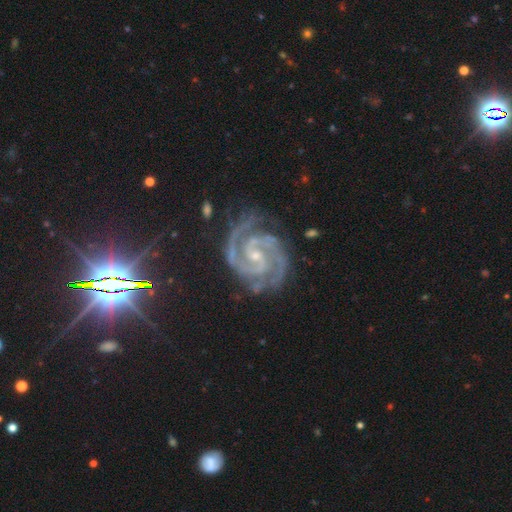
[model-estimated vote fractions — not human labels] A featured or disk galaxy (92%) with a weak bar (41%), 2 (78%) tight (61%) spiral arms (99%) and a small central bulge (75%). Merging: none (75%).